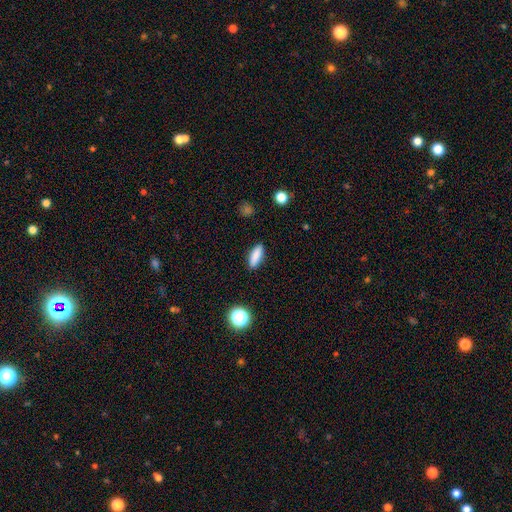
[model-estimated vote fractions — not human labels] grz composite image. It shows a smooth galaxy with no disk features (85%) that is in between round and cigar-shaped (55%). Merging: none (89%).